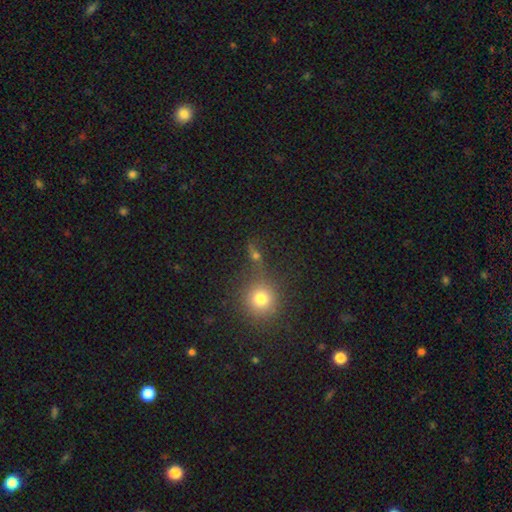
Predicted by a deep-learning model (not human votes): Q: Smooth or featured?
A: smooth (53%); runner-up: star or artifact (31%)
Q: How rounded?
A: round (62%); runner-up: in between (29%)
Q: Merging?
A: none (58%); runner-up: merger (21%)